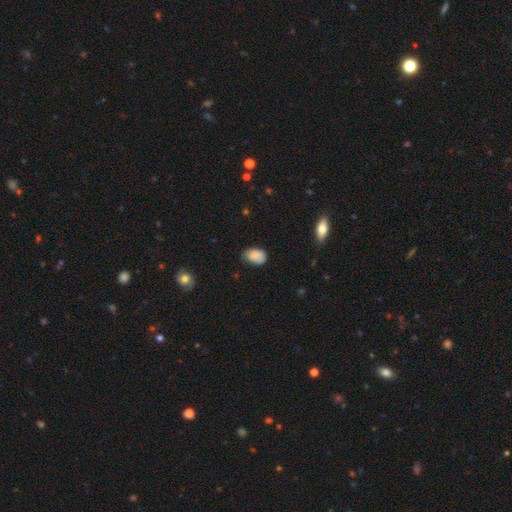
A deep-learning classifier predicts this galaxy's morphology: A smooth galaxy with no disk features (83%) that is in between round and cigar-shaped (88%).

Vote fractions:
- Smooth or featured? smooth: 83% / featured or disk: 9% / star or artifact: 8%
- How rounded? in between: 88% / round: 11% / cigar-shaped: 1%
- Merging? none: 59% / minor disturbance: 34% / major disturbance: 6% / merger: 2%